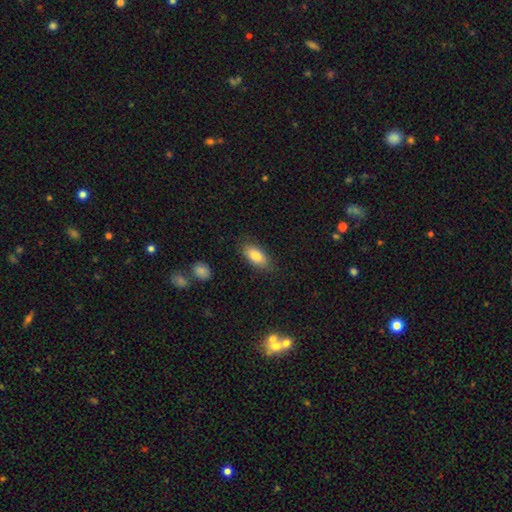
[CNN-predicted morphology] smooth 81%, featured or disk 12%, star or artifact 7%. Down the decision tree: how rounded — in between (88%); merging — none (82%).